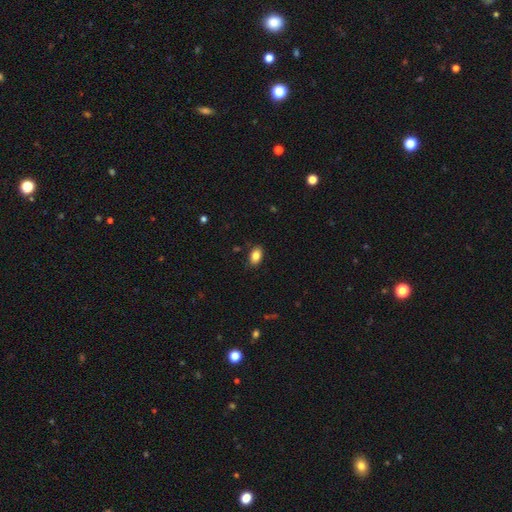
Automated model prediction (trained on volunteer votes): The model was most divided on "merging": none: 85%, minor disturbance: 11%, major disturbance: 2%, merger: 1%. More confident: how rounded — in between (88%); smooth or featured — smooth (84%).